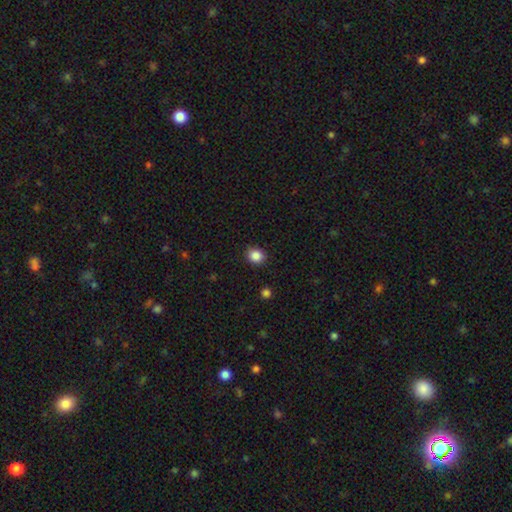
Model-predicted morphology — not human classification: A smooth galaxy with no disk features (86%) that is round (74%).

Vote fractions:
- Smooth or featured? smooth: 86% / star or artifact: 10% / featured or disk: 4%
- How rounded? round: 74% / in between: 25% / cigar-shaped: 1%
- Merging? none: 88% / minor disturbance: 9% / major disturbance: 2% / merger: 1%